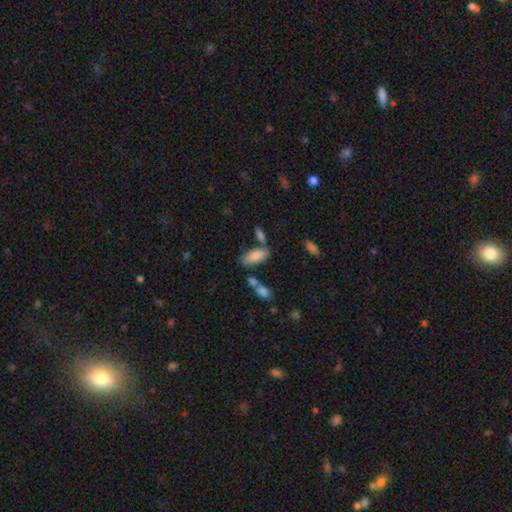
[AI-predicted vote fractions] Q: Smooth or featured?
A: smooth (82%); runner-up: featured or disk (11%)
Q: How rounded?
A: in between (85%); runner-up: cigar-shaped (13%)
Q: Merging?
A: none (61%); runner-up: merger (18%)